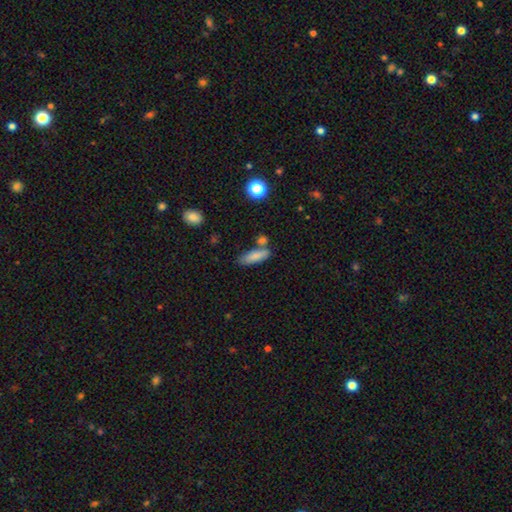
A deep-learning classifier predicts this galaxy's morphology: Smooth or featured? smooth (80%)
How rounded? in between (53%)
Merging? none (62%)